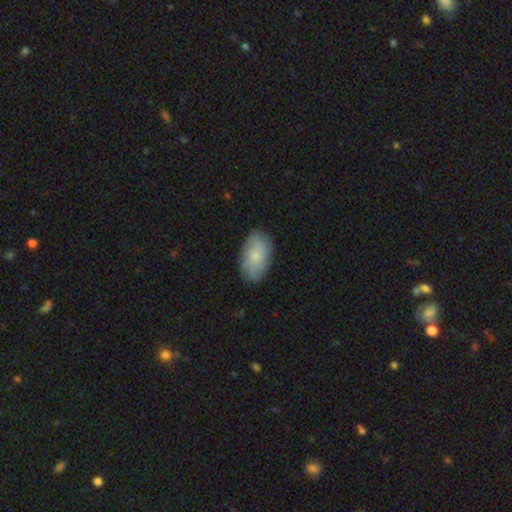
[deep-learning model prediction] This appears to be a smooth galaxy with no disk features (53%) that is in between round and cigar-shaped (92%). Merging: none (81%).